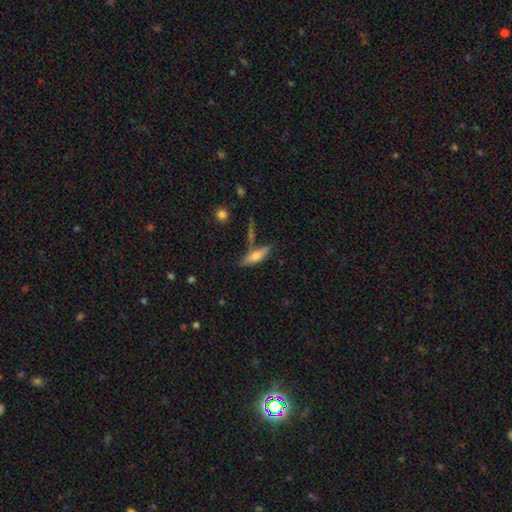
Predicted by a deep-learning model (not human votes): This is possibly a smooth galaxy (59%). How rounded: likely cigar-shaped (60%). Merging: likely none (67%).